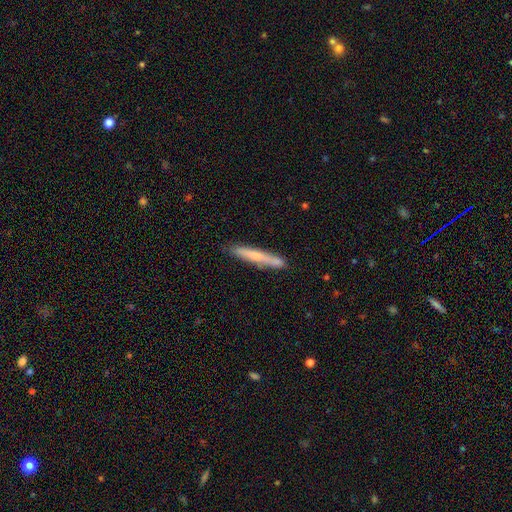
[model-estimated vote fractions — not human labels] Smooth or featured? smooth (66%)
How rounded? cigar-shaped (94%)
Merging? none (77%)